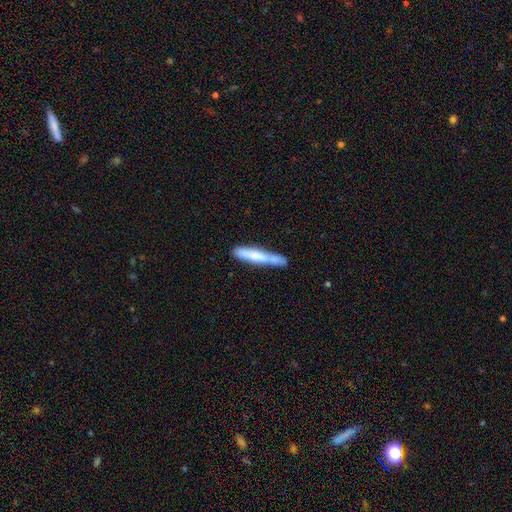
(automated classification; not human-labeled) Q: Smooth or featured?
A: smooth (65%); runner-up: featured or disk (29%)
Q: How rounded?
A: cigar-shaped (92%); runner-up: in between (6%)
Q: Merging?
A: none (62%); runner-up: minor disturbance (20%)